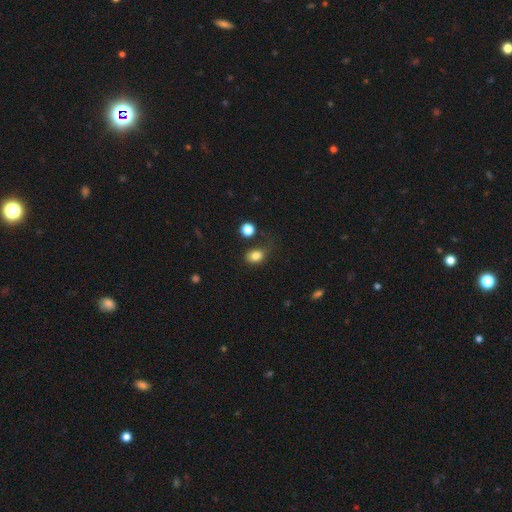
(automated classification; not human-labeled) A smooth galaxy with no disk features (83%) that is in between round and cigar-shaped (59%).

Vote fractions:
- Smooth or featured? smooth: 83% / star or artifact: 11% / featured or disk: 6%
- How rounded? in between: 59% / round: 40% / cigar-shaped: 1%
- Merging? none: 63% / minor disturbance: 22% / major disturbance: 9% / merger: 6%